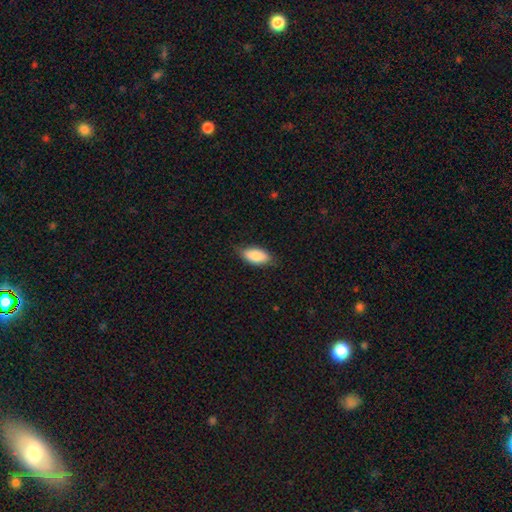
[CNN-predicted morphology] A smooth galaxy with no disk features (86%) that is in between round and cigar-shaped (91%).

Vote fractions:
- Smooth or featured? smooth: 86% / featured or disk: 8% / star or artifact: 6%
- How rounded? in between: 91% / cigar-shaped: 6% / round: 3%
- Merging? none: 77% / minor disturbance: 19% / major disturbance: 3% / merger: 1%